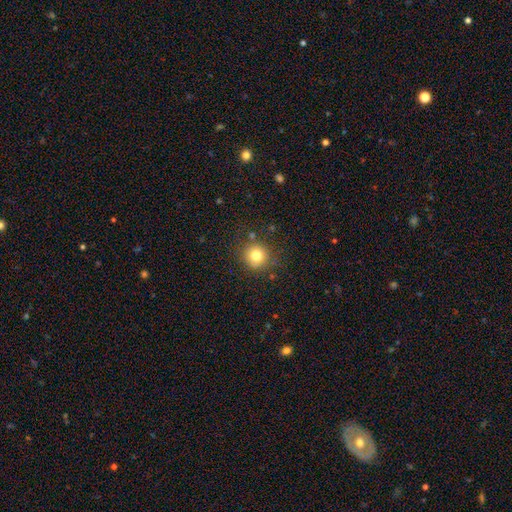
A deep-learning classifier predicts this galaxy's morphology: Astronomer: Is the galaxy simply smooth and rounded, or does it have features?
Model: smooth — 79%.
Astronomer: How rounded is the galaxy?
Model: round — 93%.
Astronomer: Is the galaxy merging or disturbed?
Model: none — 85%.